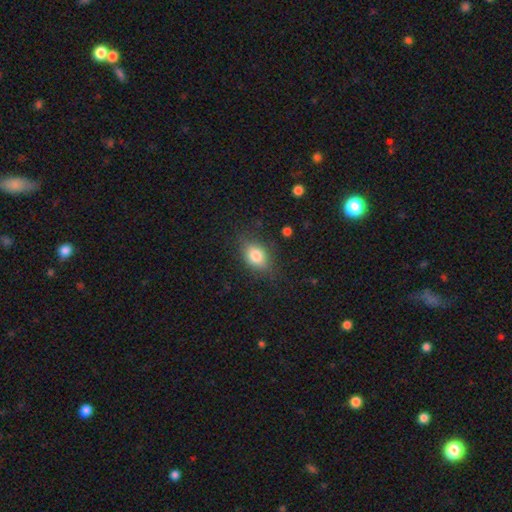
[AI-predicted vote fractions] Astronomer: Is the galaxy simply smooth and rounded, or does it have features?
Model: smooth — 81%.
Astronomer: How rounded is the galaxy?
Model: in between — 74%.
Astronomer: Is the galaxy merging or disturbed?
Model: none — 76%.